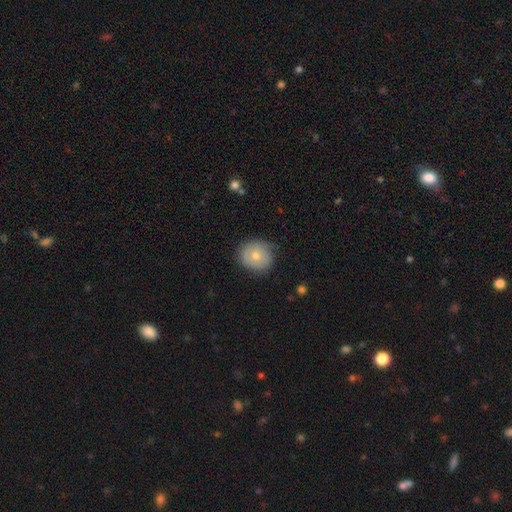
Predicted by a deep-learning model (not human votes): Smooth or featured: smooth — 69% (featured or disk — 24%)
How rounded: round — 80% (in between — 19%)
Merging: none — 73% (minor disturbance — 22%)